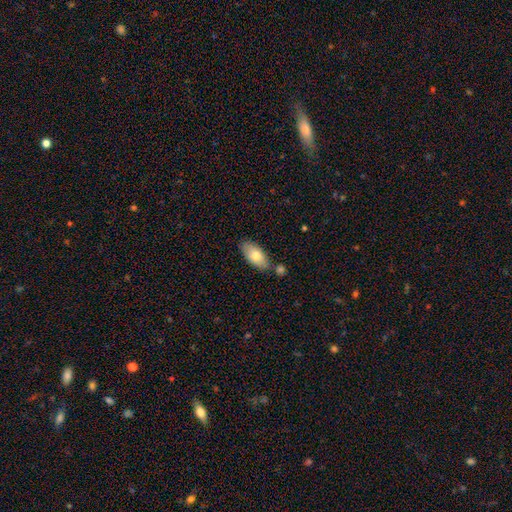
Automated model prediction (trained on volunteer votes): Smooth or featured?
  - smooth: 78% *
  - featured or disk: 16%
  - star or artifact: 6%
How rounded?
  - in between: 91% *
  - cigar-shaped: 6%
  - round: 3%
Merging?
  - none: 71% *
  - minor disturbance: 15%
  - merger: 11%
  - major disturbance: 3%